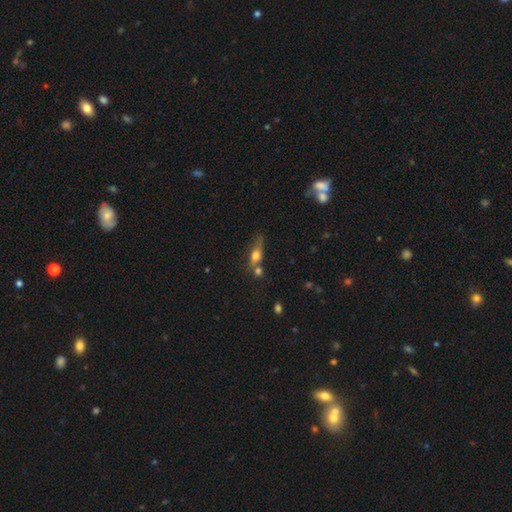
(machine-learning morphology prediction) Q: Smooth or featured?
A: smooth (59%); runner-up: featured or disk (31%)
Q: How rounded?
A: in between (53%); runner-up: cigar-shaped (35%)
Q: Merging?
A: none (43%); runner-up: merger (26%)